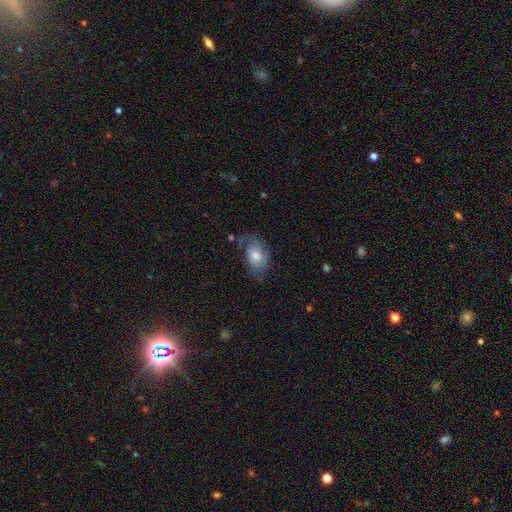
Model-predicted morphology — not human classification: Smooth or featured? Predicted: smooth (p=0.58). How rounded? Predicted: in between (p=0.87). Merging? Predicted: none (p=0.51).